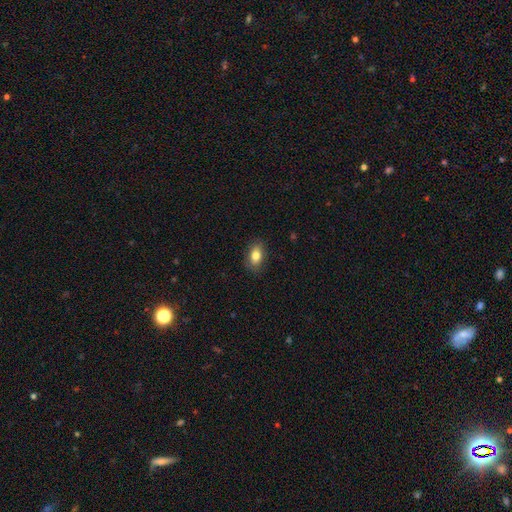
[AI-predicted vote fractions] Morphology: type=smooth (79%); roundness=in between (86%); merging=none (84%).